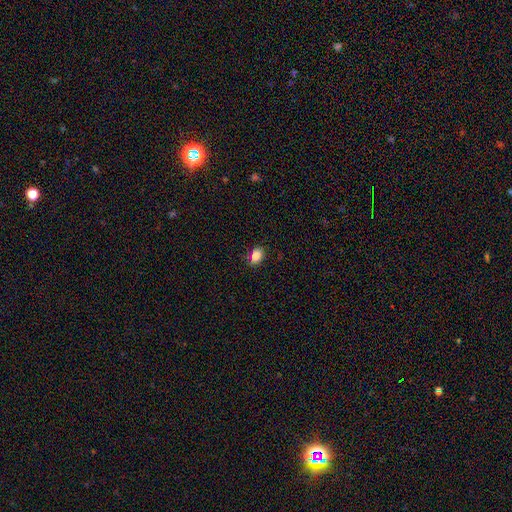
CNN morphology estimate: Q: Smooth or featured?
A: smooth (85%); runner-up: star or artifact (11%)
Q: How rounded?
A: in between (80%); runner-up: round (19%)
Q: Merging?
A: none (79%); runner-up: minor disturbance (15%)